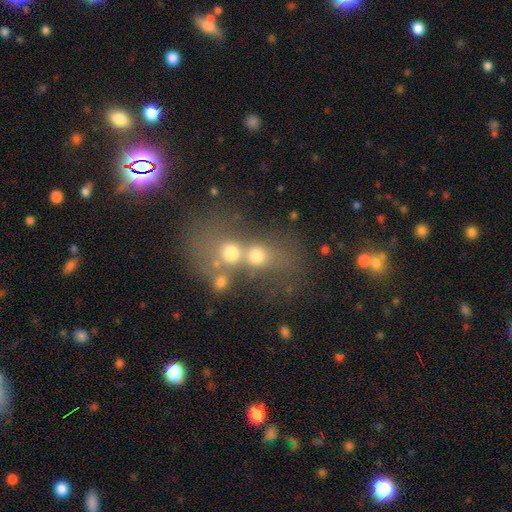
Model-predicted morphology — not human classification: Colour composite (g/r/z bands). It shows a smooth galaxy with no disk features (57%) that is round (64%). Merging: merger (67%).